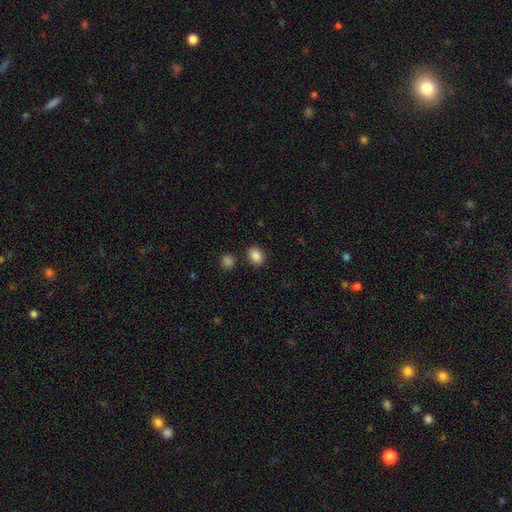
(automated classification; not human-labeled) smooth_or_featured: smooth (p=0.86) [alt: star or artifact p=0.09]
how_rounded: in between (p=0.56) [alt: round p=0.43]
merging: none (p=0.84) [alt: minor disturbance p=0.09]